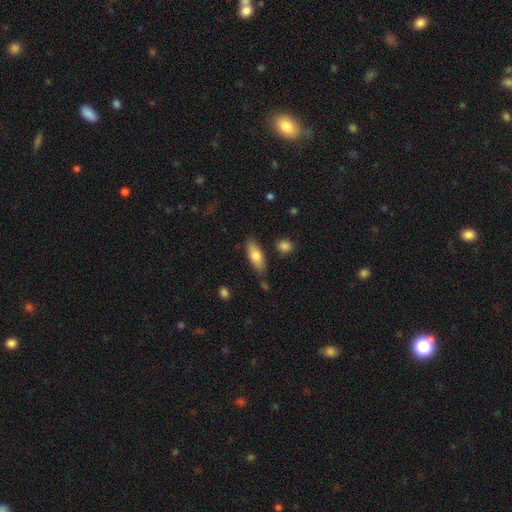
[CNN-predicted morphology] The model was most divided on "how rounded": in between: 73%, cigar-shaped: 24%, round: 3%. More confident: merging — none (77%); smooth or featured — smooth (75%).